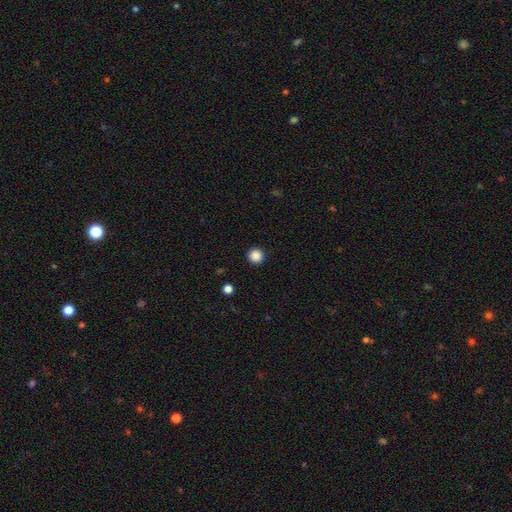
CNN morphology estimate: Q: Smooth or featured?
A: smooth (88%); runner-up: star or artifact (10%)
Q: How rounded?
A: round (94%); runner-up: in between (5%)
Q: Merging?
A: none (93%); runner-up: minor disturbance (4%)